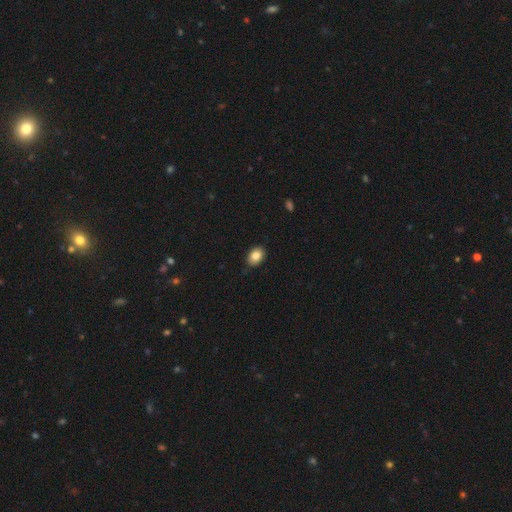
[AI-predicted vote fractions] A smooth galaxy with no disk features (85%) that is in between round and cigar-shaped (76%). Merging: none (85%).